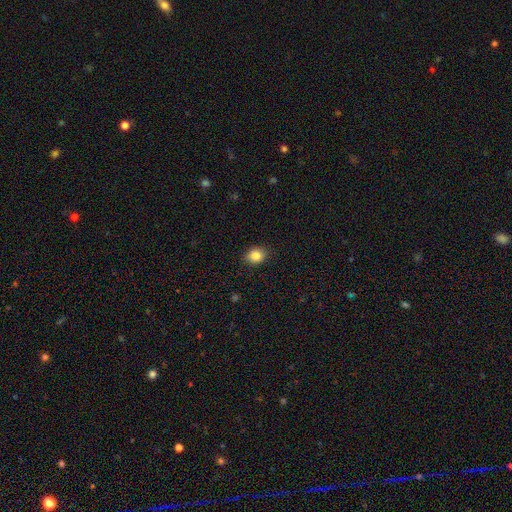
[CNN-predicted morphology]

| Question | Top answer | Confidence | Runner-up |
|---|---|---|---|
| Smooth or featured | smooth | 84% | star or artifact (10%) |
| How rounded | round | 50% | in between (49%) |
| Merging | none | 88% | minor disturbance (9%) |